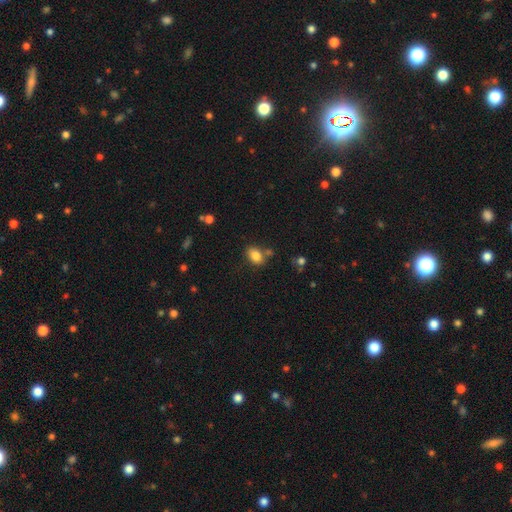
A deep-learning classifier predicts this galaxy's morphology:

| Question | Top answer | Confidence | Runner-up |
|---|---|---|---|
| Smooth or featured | smooth | 84% | star or artifact (9%) |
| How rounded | in between | 81% | round (18%) |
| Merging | none | 69% | minor disturbance (14%) |